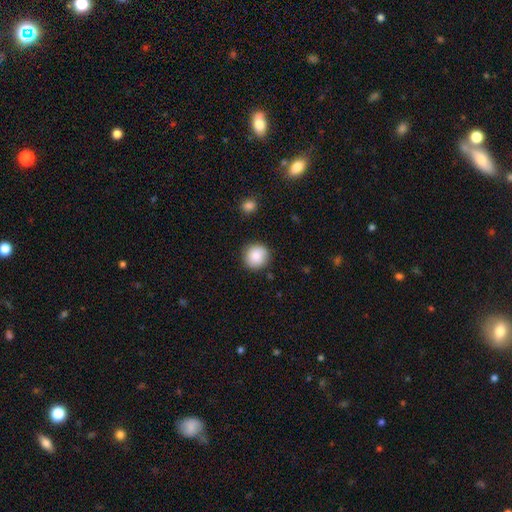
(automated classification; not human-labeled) Smooth or featured? Predicted: smooth (p=0.86). How rounded? Predicted: round (p=0.93). Merging? Predicted: none (p=0.89).